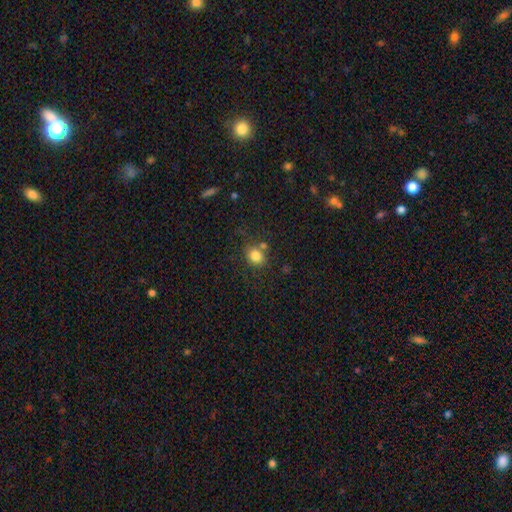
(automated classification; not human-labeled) Smooth or featured? smooth (81%)
How rounded? round (64%)
Merging? none (67%)